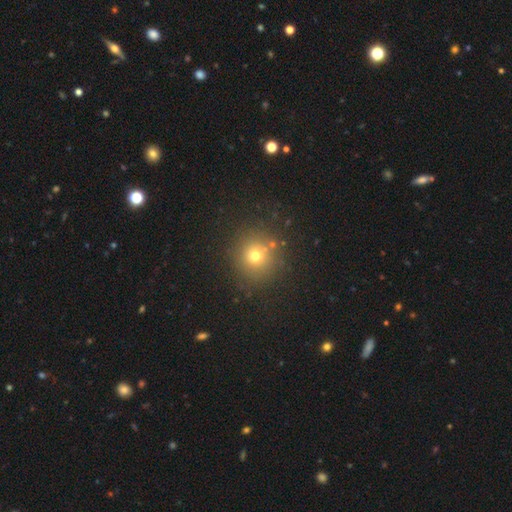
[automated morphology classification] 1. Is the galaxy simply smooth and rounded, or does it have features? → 68% smooth, 21% star or artifact, 11% featured or disk.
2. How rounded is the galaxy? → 93% round, 6% in between, 1% cigar-shaped.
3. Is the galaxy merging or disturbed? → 83% none, 8% minor disturbance, 4% major disturbance, 4% merger.